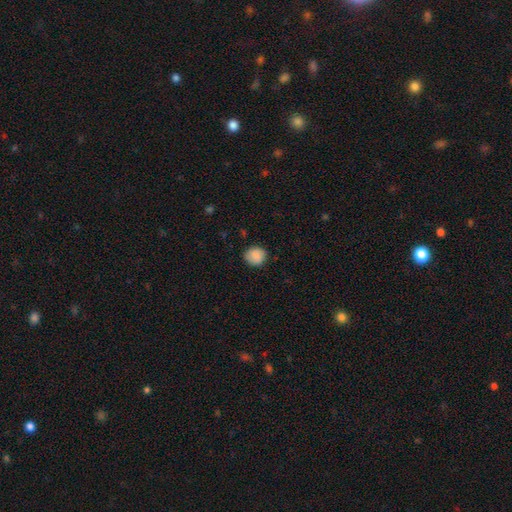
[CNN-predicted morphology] Smooth or featured? smooth (87%)
How rounded? round (85%)
Merging? none (86%)